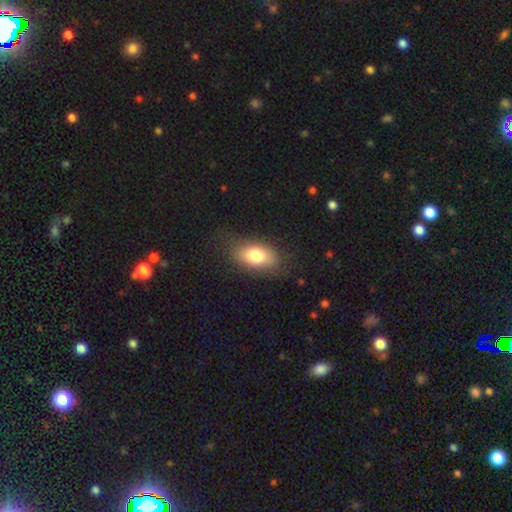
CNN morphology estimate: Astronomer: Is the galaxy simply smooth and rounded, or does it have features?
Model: smooth — 78%.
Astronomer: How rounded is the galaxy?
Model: in between — 89%.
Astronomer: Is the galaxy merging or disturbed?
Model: none — 78%.